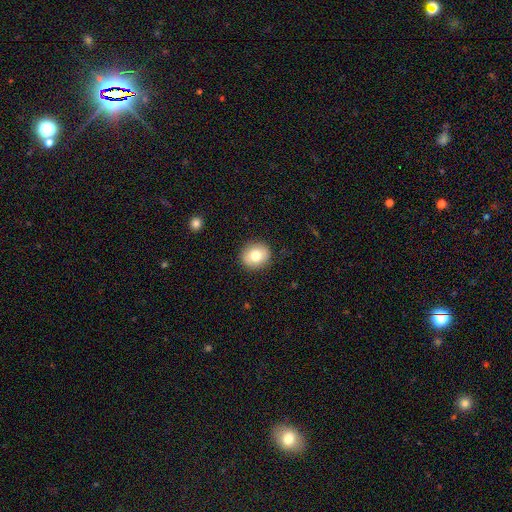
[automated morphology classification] smooth-or-featured: smooth: 77% | featured or disk: 15% | star or artifact: 9%
  how-rounded: round: 81% | in between: 18% | cigar-shaped: 1%
  merging: none: 89% | minor disturbance: 8% | major disturbance: 2% | merger: 1%